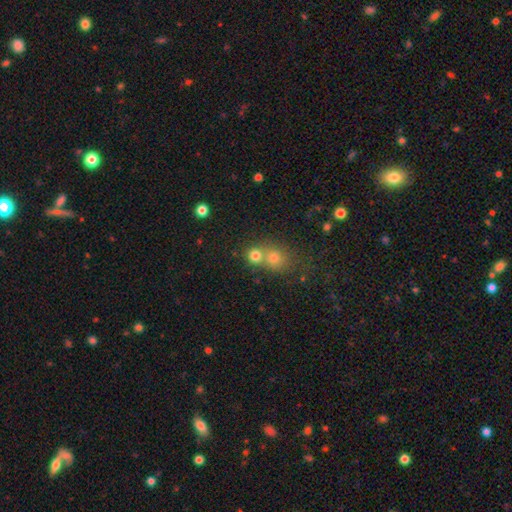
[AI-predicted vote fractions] Smooth or featured? smooth (75%)
How rounded? round (84%)
Merging? merger (48%)